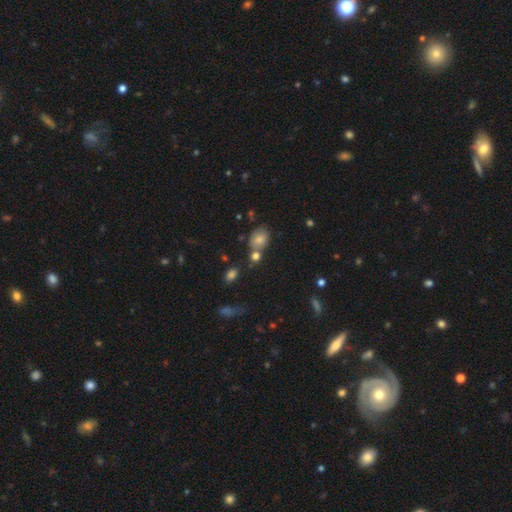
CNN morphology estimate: Overall: smooth (76%). How rounded: in between (59%; round 39%). Merging: none (56%; merger 25%).